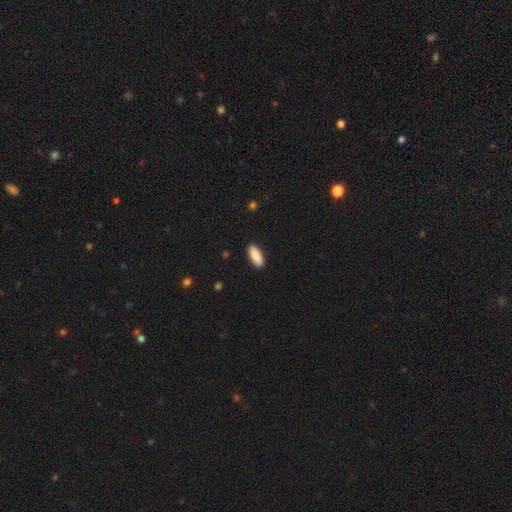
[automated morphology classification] Overall: smooth (89%). How rounded: in between (80%). Merging: none (90%).